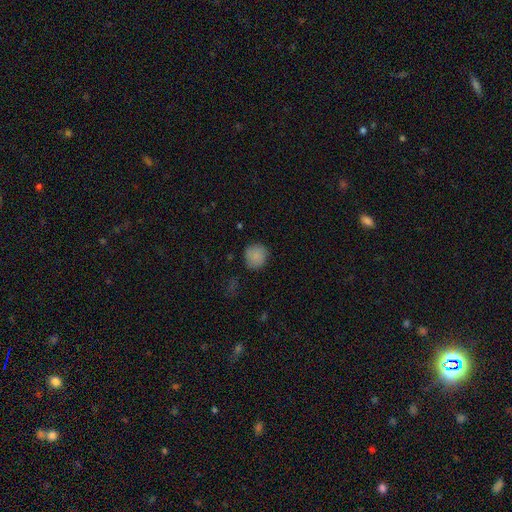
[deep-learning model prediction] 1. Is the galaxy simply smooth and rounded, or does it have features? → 84% smooth, 10% star or artifact, 7% featured or disk.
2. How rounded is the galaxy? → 88% round, 11% in between, 1% cigar-shaped.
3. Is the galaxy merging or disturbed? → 80% none, 15% minor disturbance, 3% major disturbance, 2% merger.